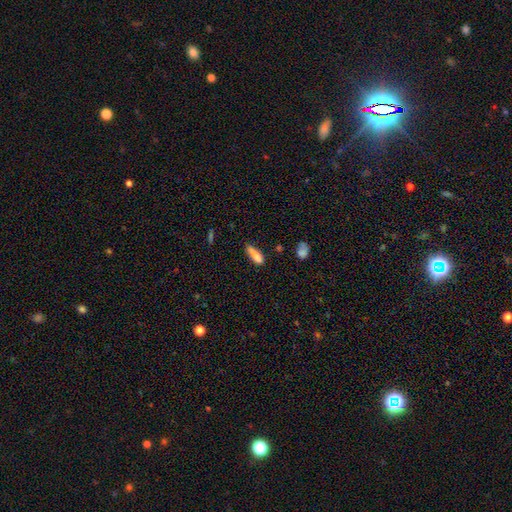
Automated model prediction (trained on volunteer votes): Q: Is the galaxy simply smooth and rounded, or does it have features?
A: smooth — 82%.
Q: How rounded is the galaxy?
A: cigar-shaped — 68%.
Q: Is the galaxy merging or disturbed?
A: none — 60%.